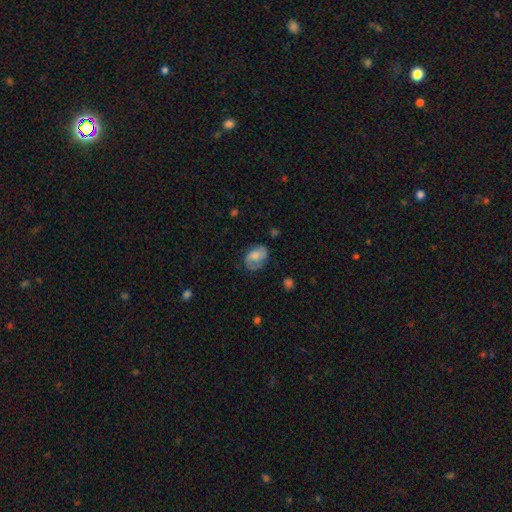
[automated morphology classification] Smooth or featured? Predicted: smooth (p=0.50). How rounded? Predicted: in between (p=0.79). Merging? Predicted: none (p=0.61).